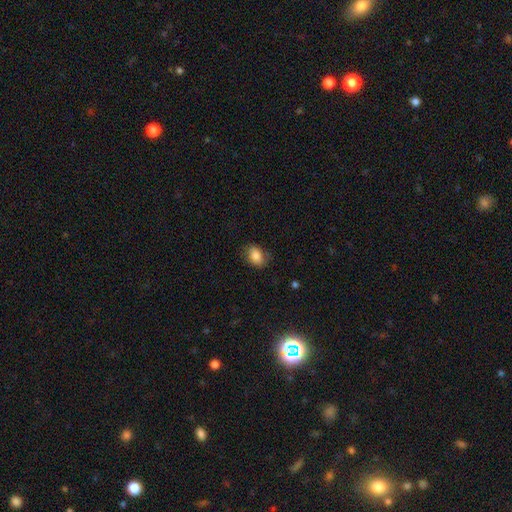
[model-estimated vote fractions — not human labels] A smooth galaxy with no disk features (84%) that is in between round and cigar-shaped (77%). Merging: none (78%).